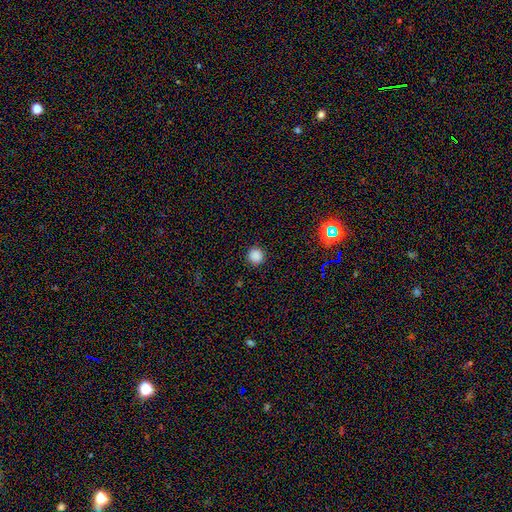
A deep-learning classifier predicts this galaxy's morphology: type=smooth (84%); roundness=round (94%); merging=none (92%).